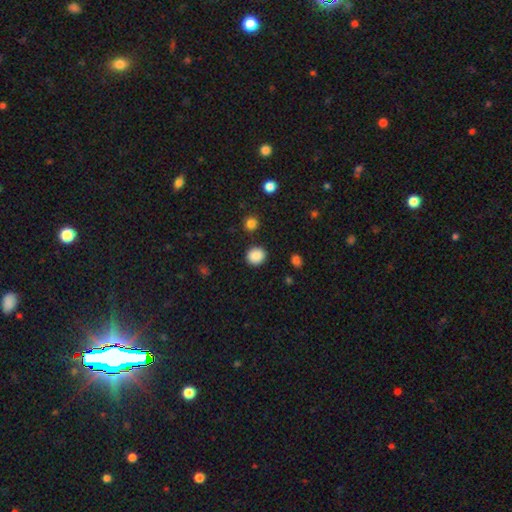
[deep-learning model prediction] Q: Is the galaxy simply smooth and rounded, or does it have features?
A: smooth — 88%.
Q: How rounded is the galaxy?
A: round — 82%.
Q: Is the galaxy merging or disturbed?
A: none — 89%.